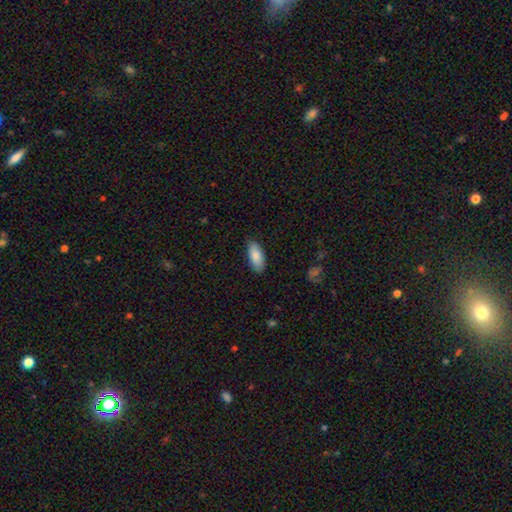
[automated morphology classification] Smooth or featured: smooth — 86% (featured or disk — 8%)
How rounded: in between — 87% (cigar-shaped — 11%)
Merging: none — 85% (minor disturbance — 12%)